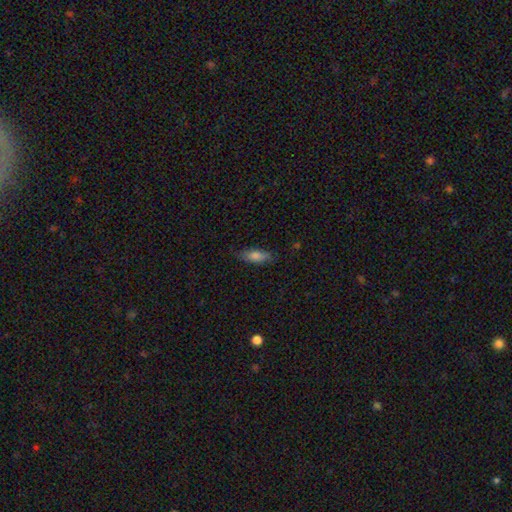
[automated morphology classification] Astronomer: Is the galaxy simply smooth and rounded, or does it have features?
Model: smooth — 78%.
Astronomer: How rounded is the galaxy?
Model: in between — 65%.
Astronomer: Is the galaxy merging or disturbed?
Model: none — 79%.